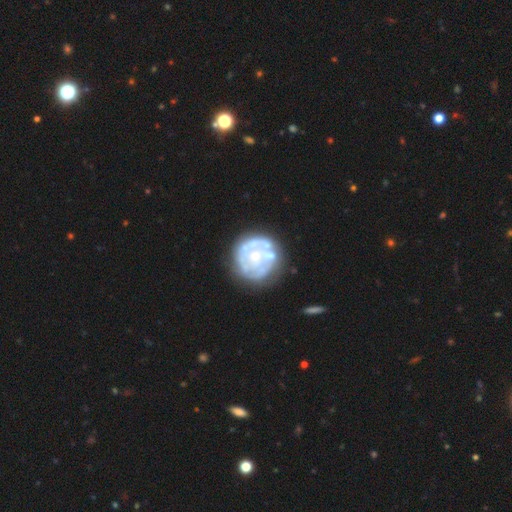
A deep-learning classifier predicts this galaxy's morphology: featured or disk 75%, smooth 19%, star or artifact 6%. Down the decision tree: edge-on disk — no (98%); bar — no (85%); spiral arms — no (50%, tied with yes); bulge size — small (59%); merging — none (61%).